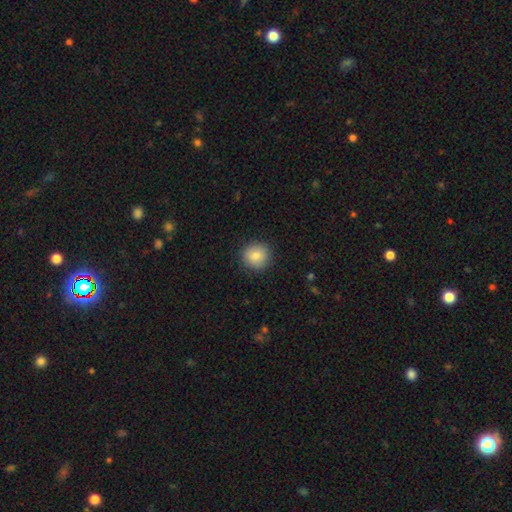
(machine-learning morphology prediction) A smooth galaxy with no disk features (83%) that is round (93%).

Vote fractions:
- Smooth or featured? smooth: 83% / star or artifact: 9% / featured or disk: 8%
- How rounded? round: 93% / in between: 6% / cigar-shaped: 1%
- Merging? none: 90% / minor disturbance: 7% / major disturbance: 2% / merger: 1%